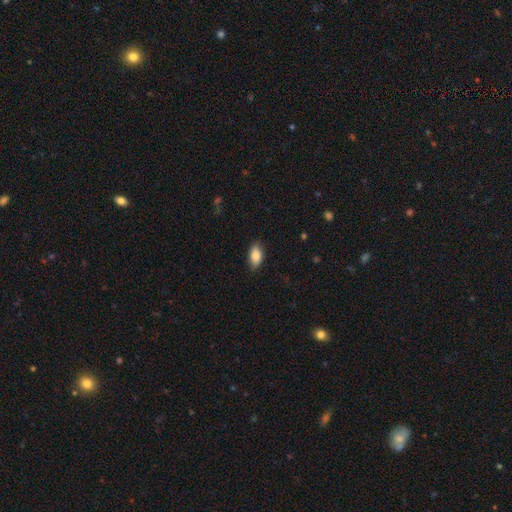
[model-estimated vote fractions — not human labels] Overall: smooth (85%). How rounded: in between (91%). Merging: none (81%).